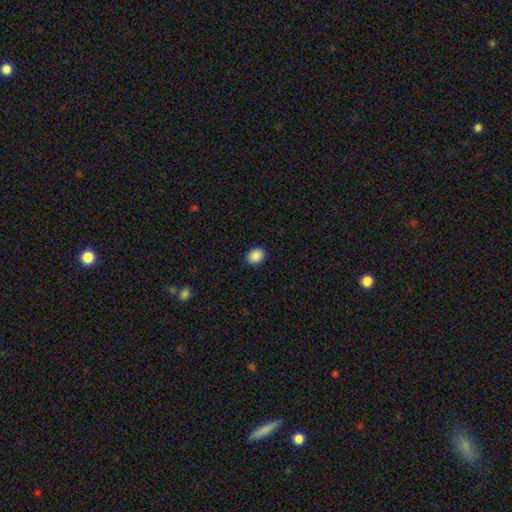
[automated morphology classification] This is clearly a smooth galaxy (90%). How rounded: possibly in between (54%). Merging: clearly none (91%).